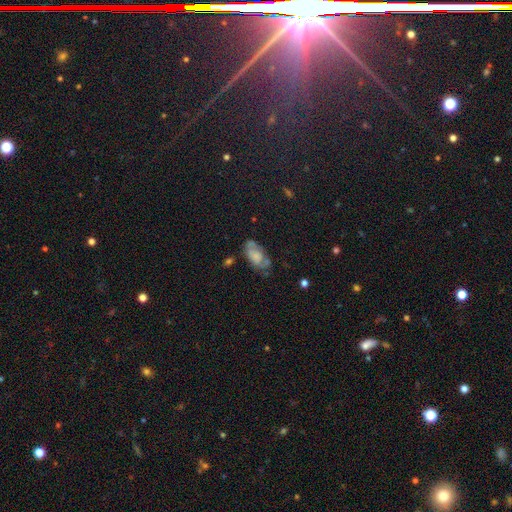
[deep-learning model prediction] Smooth or featured? Predicted: smooth (p=0.50). Merging? Predicted: none (p=0.51).